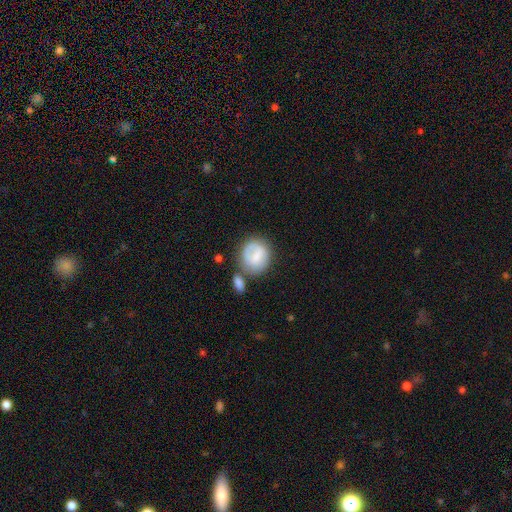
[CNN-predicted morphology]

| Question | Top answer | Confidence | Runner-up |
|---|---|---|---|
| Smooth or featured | smooth | 61% | featured or disk (32%) |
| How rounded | round | 72% | in between (27%) |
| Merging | none | 51% | minor disturbance (21%) |